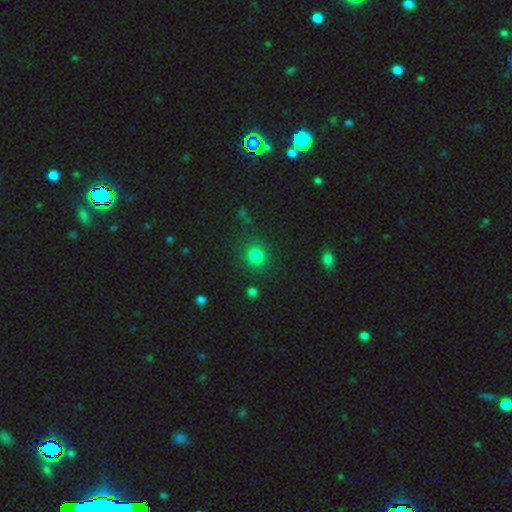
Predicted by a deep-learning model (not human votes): Smooth or featured: smooth — 80% (star or artifact — 15%)
How rounded: round — 83% (in between — 16%)
Merging: none — 84% (minor disturbance — 9%)